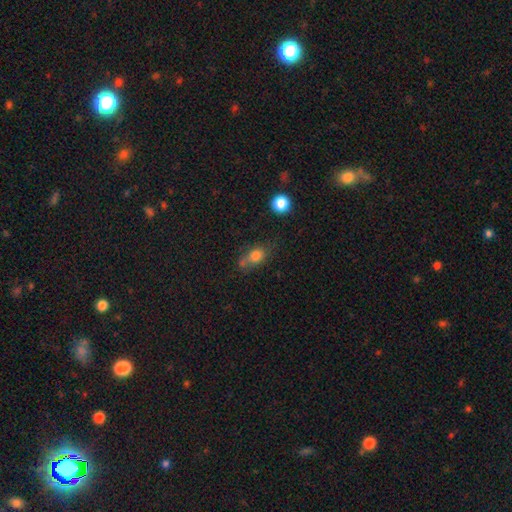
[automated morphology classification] This is likely a smooth galaxy (77%). How rounded: likely in between (62%). Merging: possibly none (49%).